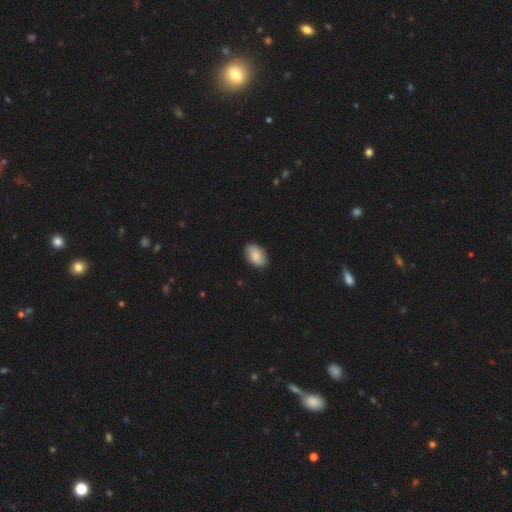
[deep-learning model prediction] The model was most divided on "smooth or featured": smooth: 85%, featured or disk: 9%, star or artifact: 6%. More confident: how rounded — in between (90%); merging — none (87%).